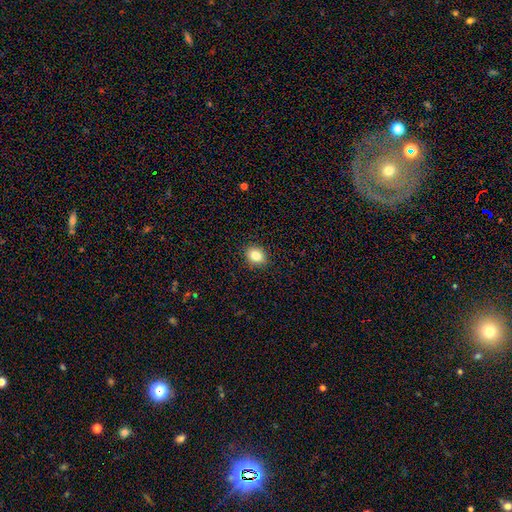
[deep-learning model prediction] Smooth or featured? smooth (84%)
How rounded? in between (56%)
Merging? none (89%)